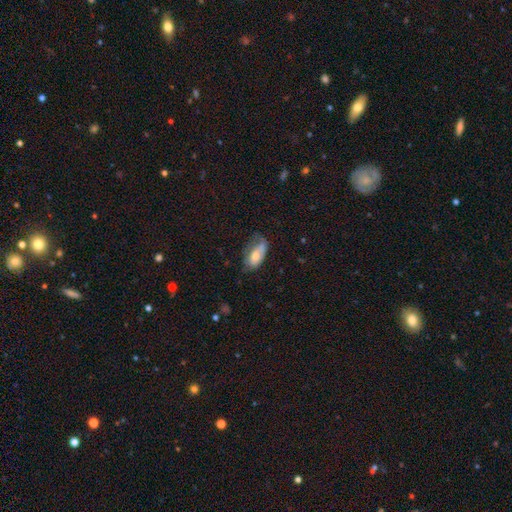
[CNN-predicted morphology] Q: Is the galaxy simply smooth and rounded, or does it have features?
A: smooth — 62%.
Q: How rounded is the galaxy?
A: in between — 89%.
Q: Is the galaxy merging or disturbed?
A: minor disturbance — 36%, tied with none.